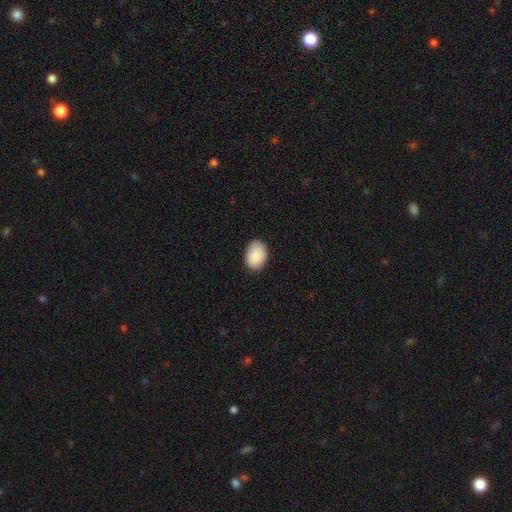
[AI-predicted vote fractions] Q: Smooth or featured?
A: smooth (88%); runner-up: star or artifact (6%)
Q: How rounded?
A: in between (79%); runner-up: round (20%)
Q: Merging?
A: none (81%); runner-up: minor disturbance (15%)